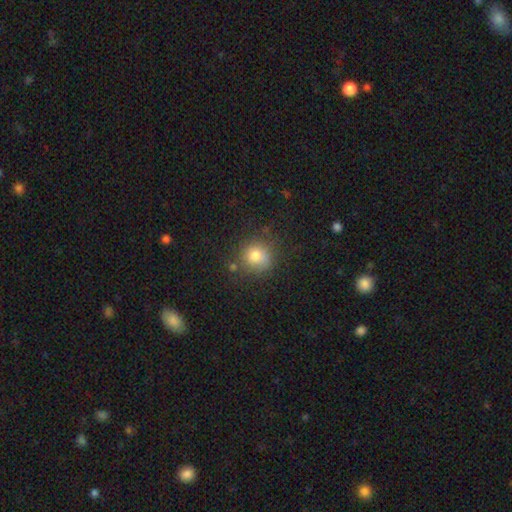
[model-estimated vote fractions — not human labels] The model was most divided on "merging": none: 75%, minor disturbance: 14%, merger: 6%, major disturbance: 5%. More confident: how rounded — round (88%); smooth or featured — smooth (79%).